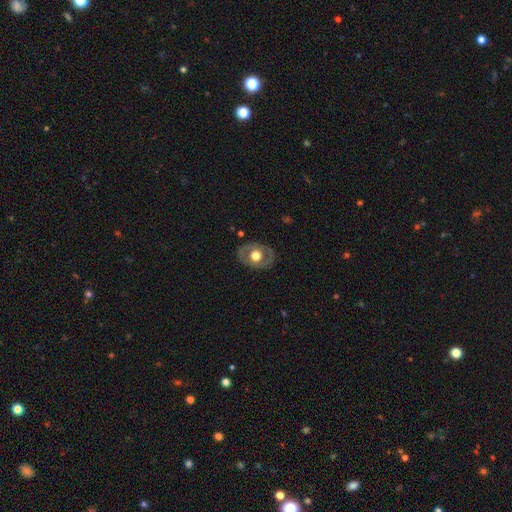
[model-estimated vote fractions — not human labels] The model was most divided on "bulge size": moderate: 48%, large: 45%, dominant: 3%, small: 2%, none: 1%. More confident: edge-on disk — no (92%); bar — no (85%); merging — none (81%); spiral arms — no (80%); smooth or featured — featured or disk (58%).